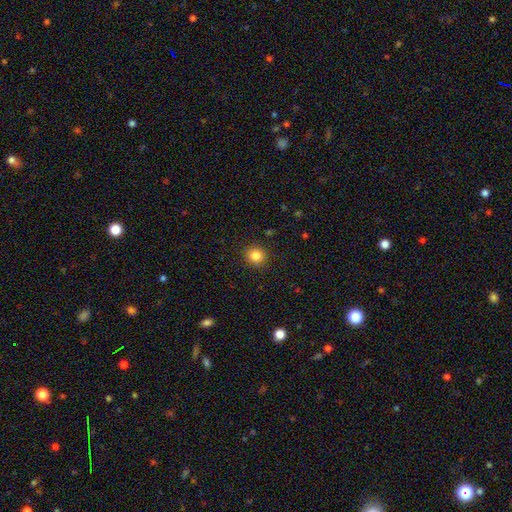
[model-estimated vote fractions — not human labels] smooth-or-featured: smooth: 84% | star or artifact: 11% | featured or disk: 5%
  how-rounded: round: 88% | in between: 12% | cigar-shaped: 1%
  merging: none: 90% | minor disturbance: 7% | major disturbance: 2% | merger: 1%